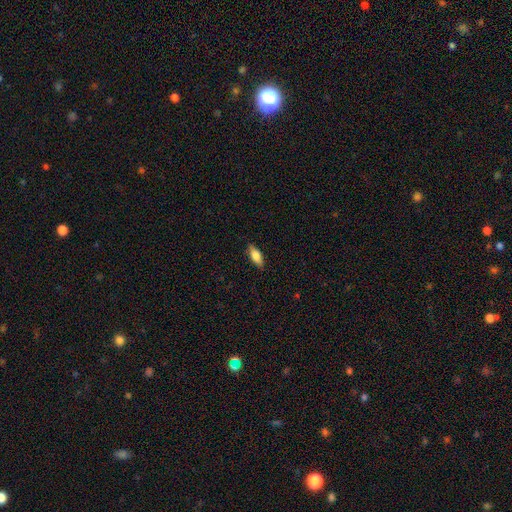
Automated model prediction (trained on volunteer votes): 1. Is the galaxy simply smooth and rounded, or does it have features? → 75% smooth, 18% featured or disk, 7% star or artifact.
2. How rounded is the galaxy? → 76% in between, 22% cigar-shaped, 3% round.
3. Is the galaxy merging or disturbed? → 84% none, 12% minor disturbance, 2% major disturbance, 1% merger.